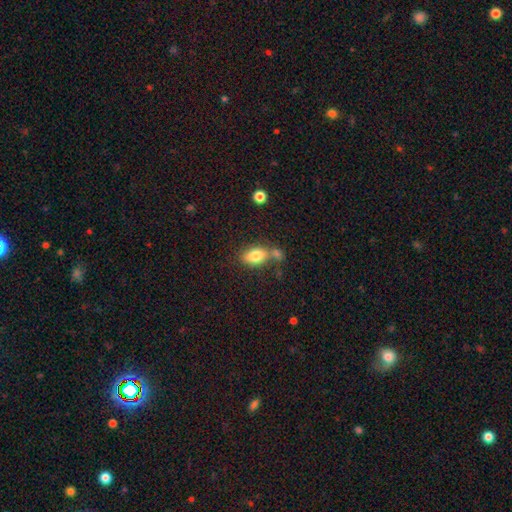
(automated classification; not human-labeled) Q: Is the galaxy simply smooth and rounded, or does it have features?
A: smooth — 80%.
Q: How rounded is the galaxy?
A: in between — 86%.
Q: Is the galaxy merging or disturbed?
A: none — 50%.